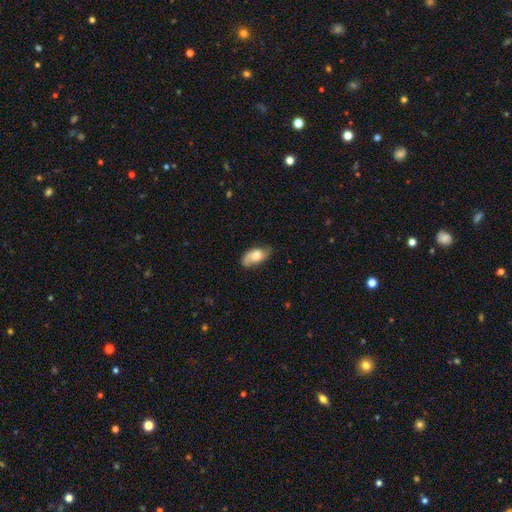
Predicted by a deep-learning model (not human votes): smooth_or_featured: smooth (p=0.49) [alt: featured or disk p=0.44]
merging: none (p=0.69) [alt: minor disturbance p=0.24]